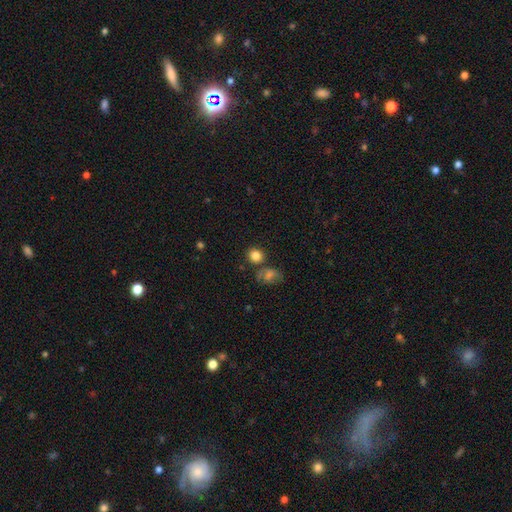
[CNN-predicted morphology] smooth-or-featured: smooth: 83% | star or artifact: 10% | featured or disk: 7%
  how-rounded: round: 81% | in between: 18% | cigar-shaped: 1%
  merging: none: 70% | merger: 13% | minor disturbance: 12% | major disturbance: 4%